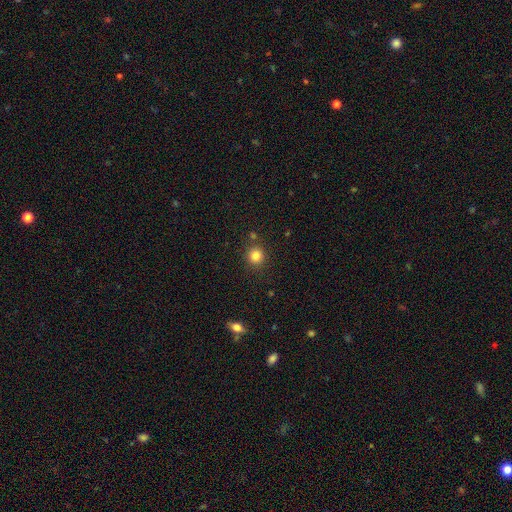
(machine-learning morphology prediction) smooth_or_featured: smooth (p=0.83) [alt: star or artifact p=0.12]
how_rounded: round (p=0.90) [alt: in between p=0.09]
merging: none (p=0.85) [alt: minor disturbance p=0.08]